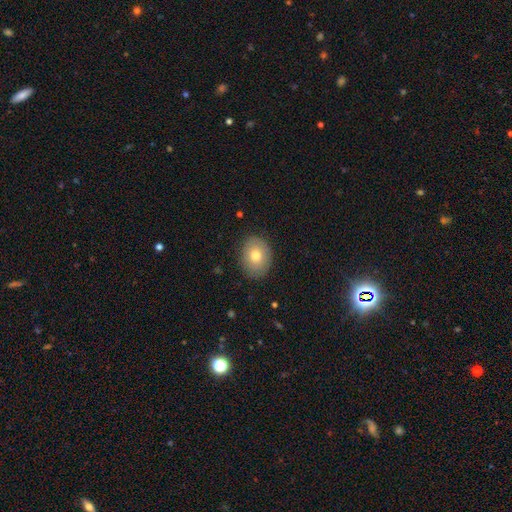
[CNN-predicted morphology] Smooth or featured? Predicted: smooth (p=0.74). How rounded? Predicted: in between (p=0.57). Merging? Predicted: none (p=0.85).